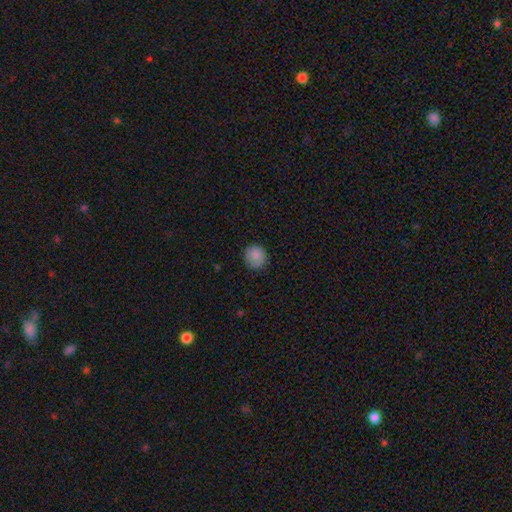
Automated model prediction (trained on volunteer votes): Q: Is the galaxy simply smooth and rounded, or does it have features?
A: smooth — 86%.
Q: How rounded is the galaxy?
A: round — 89%.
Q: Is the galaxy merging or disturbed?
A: none — 86%.